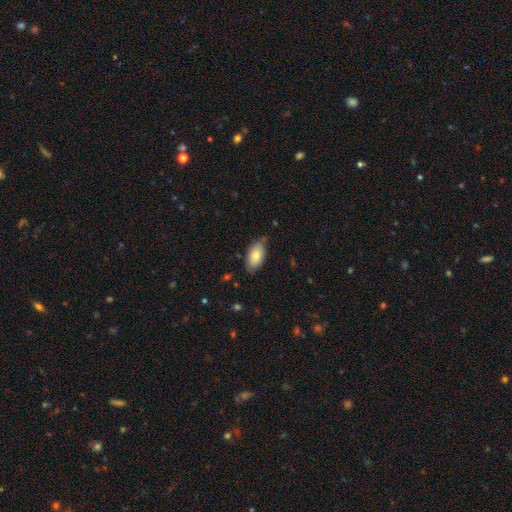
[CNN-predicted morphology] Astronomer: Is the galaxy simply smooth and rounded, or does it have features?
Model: smooth — 80%.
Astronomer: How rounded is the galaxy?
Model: in between — 94%.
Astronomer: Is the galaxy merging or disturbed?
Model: none — 68%.